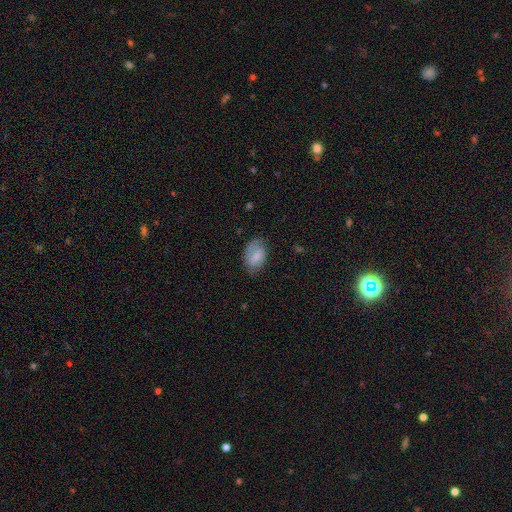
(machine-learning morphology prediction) Smooth or featured? Predicted: smooth (p=0.67). How rounded? Predicted: in between (p=0.89). Merging? Predicted: none (p=0.66).